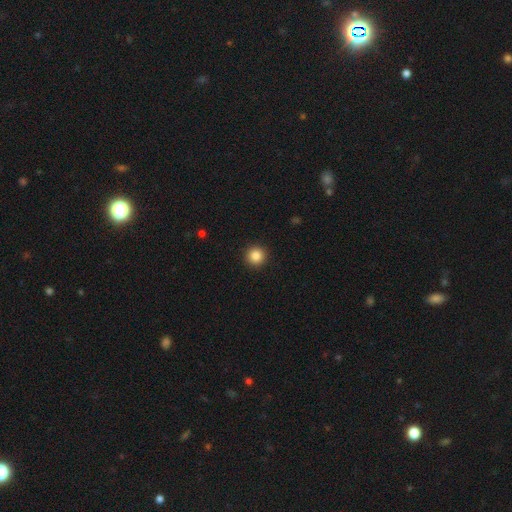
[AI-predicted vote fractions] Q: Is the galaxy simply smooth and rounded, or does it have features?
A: smooth — 86%.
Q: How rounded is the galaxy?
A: round — 95%.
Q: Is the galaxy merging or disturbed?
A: none — 93%.